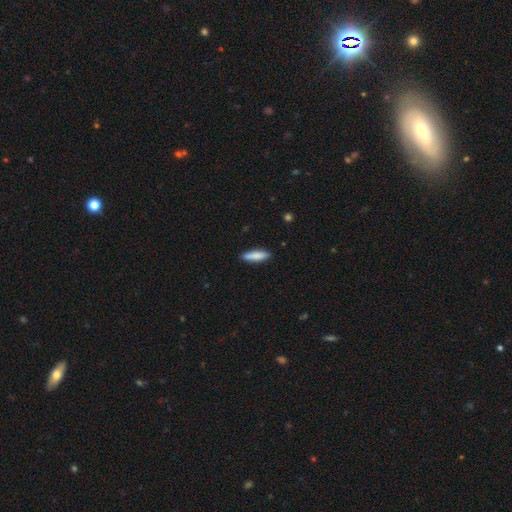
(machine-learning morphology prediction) This is clearly a smooth galaxy (83%). How rounded: likely cigar-shaped (66%). Merging: clearly none (89%).